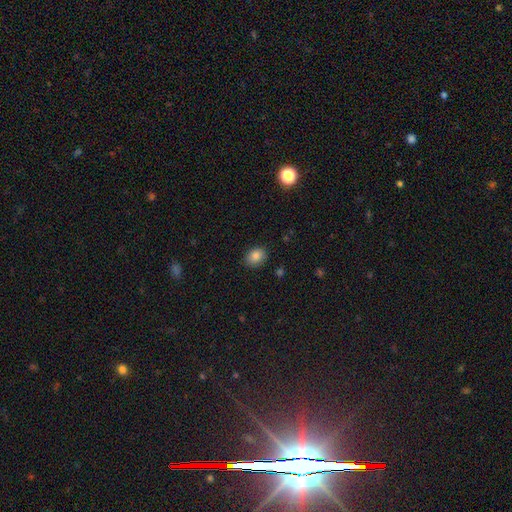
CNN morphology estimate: This is clearly a smooth galaxy (85%). How rounded: likely in between (61%). Merging: clearly none (86%).